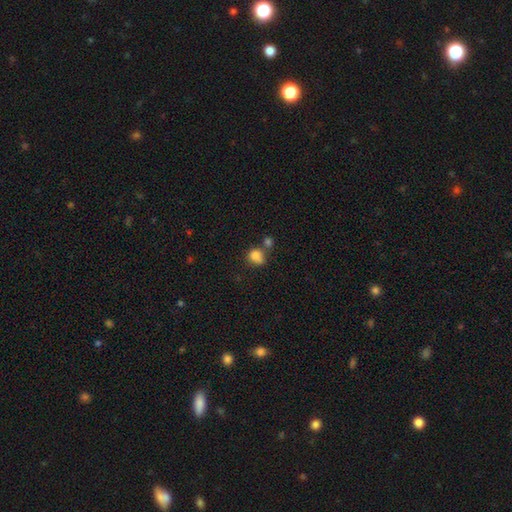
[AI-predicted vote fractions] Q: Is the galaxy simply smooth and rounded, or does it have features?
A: smooth — 81%.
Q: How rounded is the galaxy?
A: round — 69%.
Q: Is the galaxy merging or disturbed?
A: none — 46%.